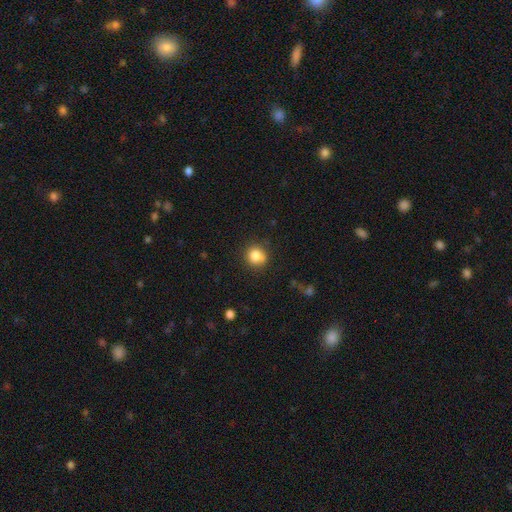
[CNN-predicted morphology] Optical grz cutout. It shows a smooth galaxy with no disk features (83%) that is round (85%). Merging: none (76%).